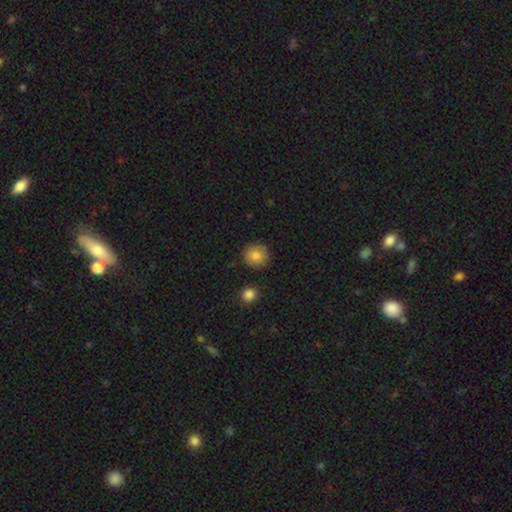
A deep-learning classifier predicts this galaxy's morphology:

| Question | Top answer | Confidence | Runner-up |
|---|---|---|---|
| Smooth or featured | smooth | 84% | star or artifact (9%) |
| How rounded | round | 93% | in between (7%) |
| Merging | none | 88% | minor disturbance (8%) |